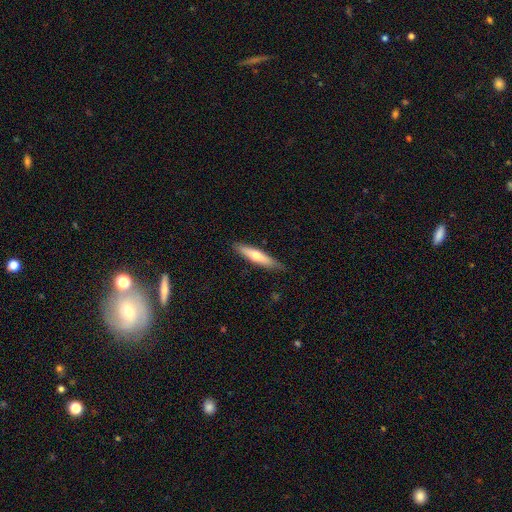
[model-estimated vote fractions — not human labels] Smooth or featured: smooth — 54% (featured or disk — 41%)
How rounded: cigar-shaped — 81% (in between — 17%)
Merging: none — 85% (minor disturbance — 12%)